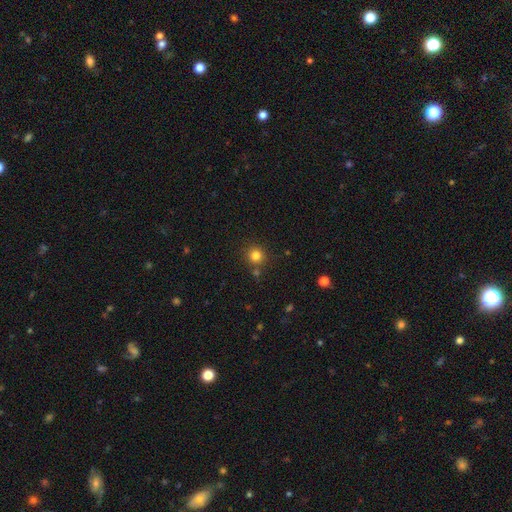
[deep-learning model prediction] A smooth galaxy with no disk features (81%) that is round (93%). Merging: none (82%).